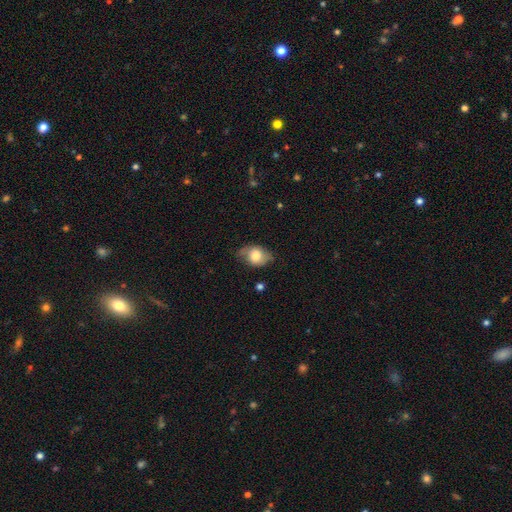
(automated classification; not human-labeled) Overall: smooth (69%). How rounded: in between (72%). Merging: none (61%; minor disturbance 29%).